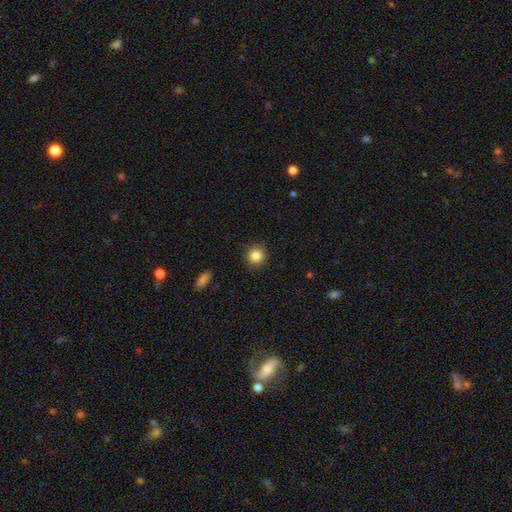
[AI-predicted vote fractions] Smooth or featured? Predicted: smooth (p=0.85). How rounded? Predicted: round (p=0.93). Merging? Predicted: none (p=0.91).